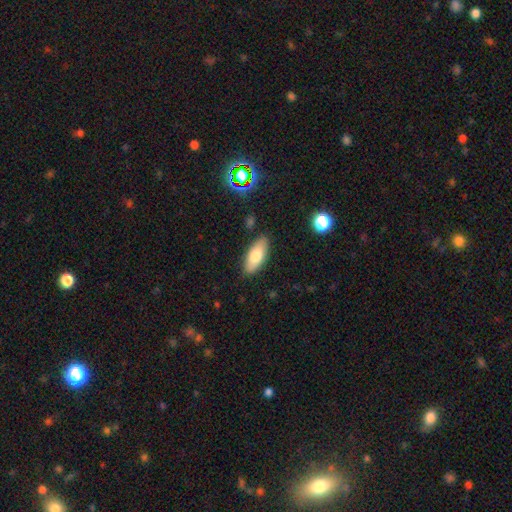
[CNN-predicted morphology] This appears to be a smooth galaxy with no disk features (74%) that is in between round and cigar-shaped (80%). Merging: none (85%).